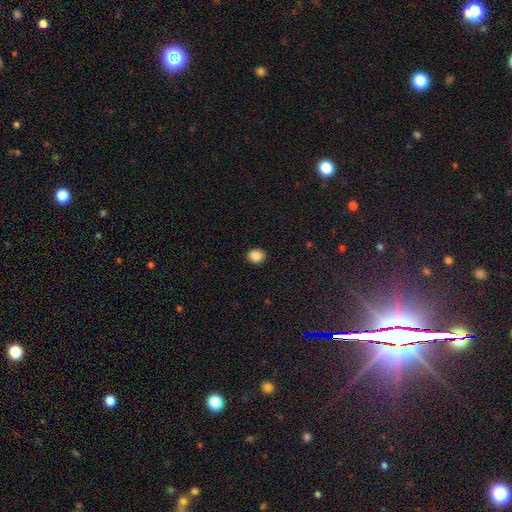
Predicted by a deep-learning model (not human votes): Morphology: type=smooth (87%); roundness=round (58%); merging=none (90%).